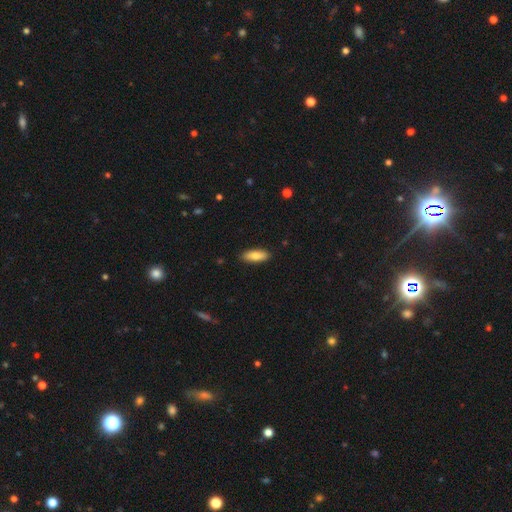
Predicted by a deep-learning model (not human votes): This appears to be a smooth galaxy with no disk features (82%) that is in between round and cigar-shaped (69%). Merging: none (89%).